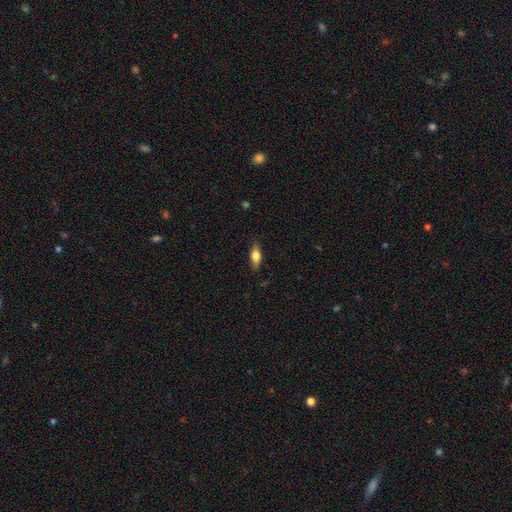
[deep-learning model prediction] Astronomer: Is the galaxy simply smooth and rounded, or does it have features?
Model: smooth — 69%.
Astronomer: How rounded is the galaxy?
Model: in between — 72%.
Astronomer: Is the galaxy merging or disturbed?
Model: none — 84%.